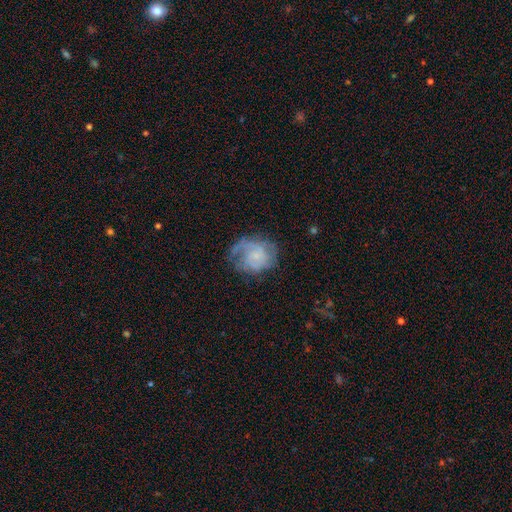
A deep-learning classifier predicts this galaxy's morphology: This is likely a featured or disk galaxy (66%). It is clearly not viewed edge-on (98%). Bar: likely no (71%). Spiral arm pattern: clearly yes (87%). Spiral arm count: marginally 1 (28%, tied with 2). Spiral winding: marginally medium (39%). Central bulge: possibly small (56%). Merging: possibly none (53%).